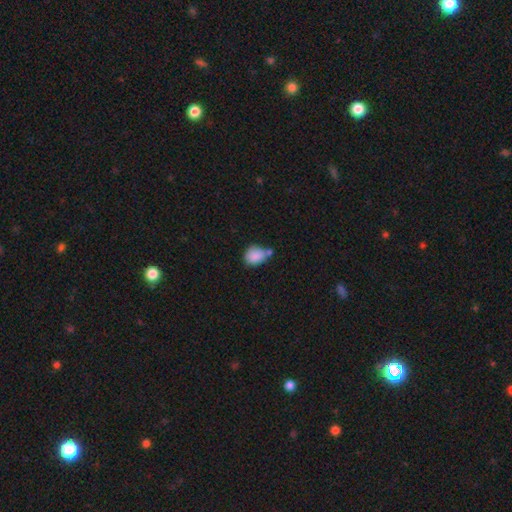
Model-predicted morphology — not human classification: type=smooth (86%); roundness=in between (49%, tied with round); merging=none (45%).